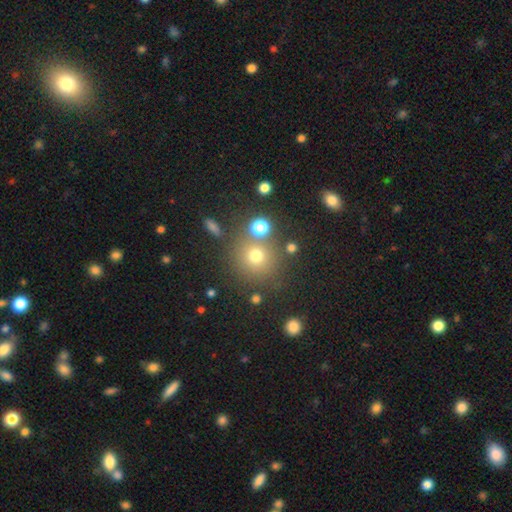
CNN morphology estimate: A smooth galaxy with no disk features (71%) that is round (91%).

Vote fractions:
- Smooth or featured? smooth: 71% / star or artifact: 19% / featured or disk: 10%
- How rounded? round: 91% / in between: 8% / cigar-shaped: 1%
- Merging? none: 74% / merger: 11% / minor disturbance: 10% / major disturbance: 5%